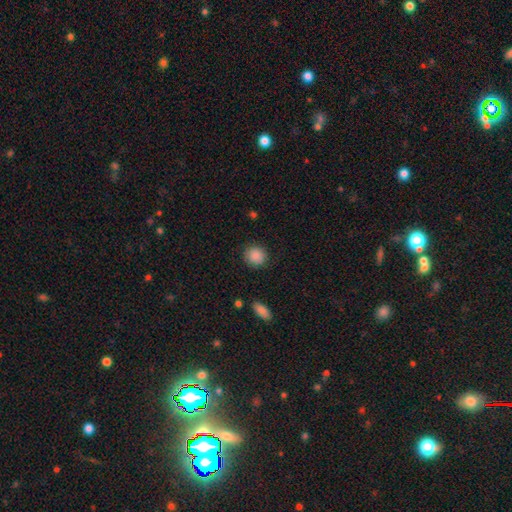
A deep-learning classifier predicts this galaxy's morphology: A smooth galaxy with no disk features (88%) that is round (89%).

Vote fractions:
- Smooth or featured? smooth: 88% / star or artifact: 8% / featured or disk: 4%
- How rounded? round: 89% / in between: 10% / cigar-shaped: 1%
- Merging? none: 88% / minor disturbance: 8% / major disturbance: 3% / merger: 1%